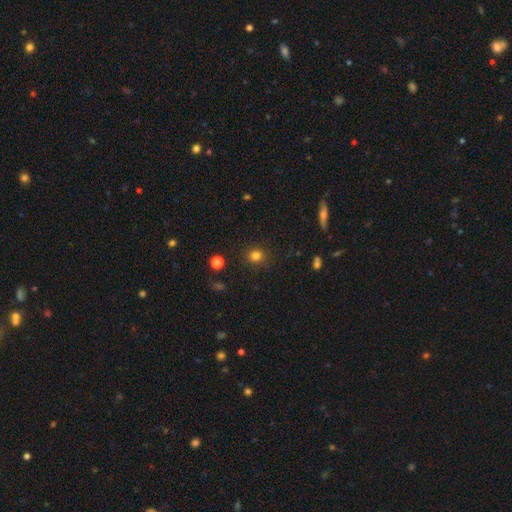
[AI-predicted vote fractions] Smooth or featured? Predicted: smooth (p=0.80). How rounded? Predicted: round (p=0.84). Merging? Predicted: none (p=0.87).